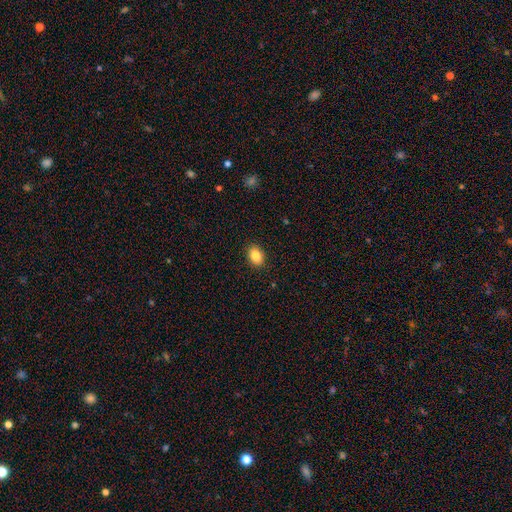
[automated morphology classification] A smooth galaxy with no disk features (86%) that is in between round and cigar-shaped (75%).

Vote fractions:
- Smooth or featured? smooth: 86% / star or artifact: 9% / featured or disk: 6%
- How rounded? in between: 75% / round: 24% / cigar-shaped: 1%
- Merging? none: 90% / minor disturbance: 7% / major disturbance: 2% / merger: 1%